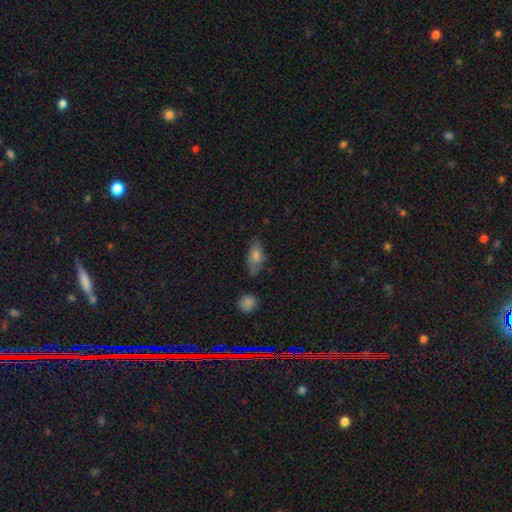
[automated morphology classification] Smooth or featured? Predicted: smooth (p=0.65). How rounded? Predicted: in between (p=0.83). Merging? Predicted: none (p=0.63).